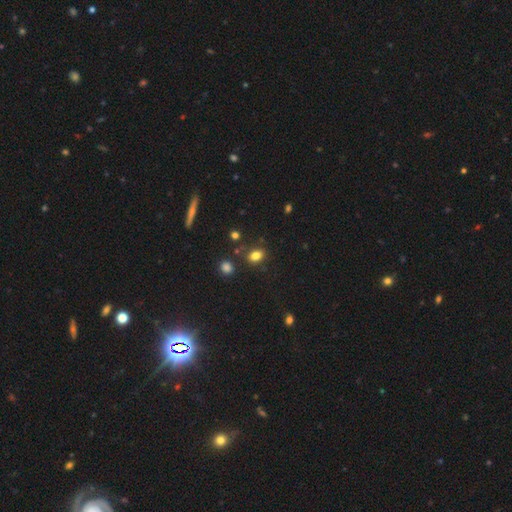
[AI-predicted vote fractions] smooth_or_featured: smooth (p=0.81) [alt: star or artifact p=0.12]
how_rounded: in between (p=0.74) [alt: round p=0.23]
merging: none (p=0.79) [alt: minor disturbance p=0.12]